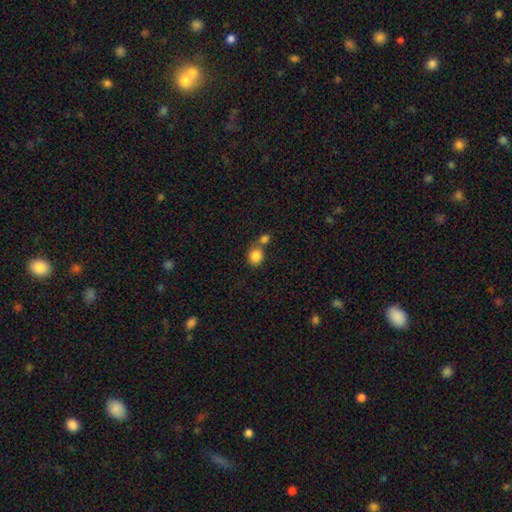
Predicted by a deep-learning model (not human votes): Smooth or featured: smooth — 85% (star or artifact — 9%)
How rounded: round — 74% (in between — 25%)
Merging: none — 51% (merger — 36%)